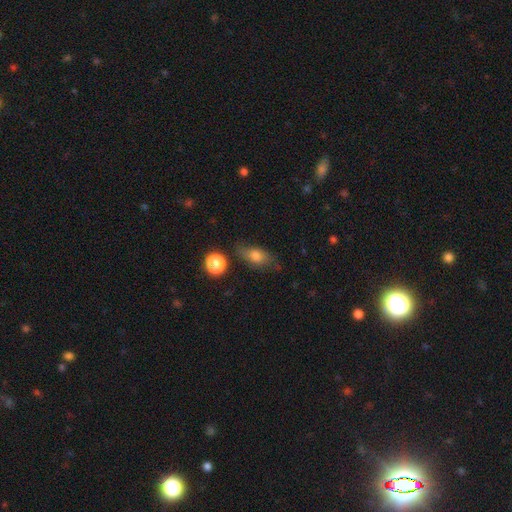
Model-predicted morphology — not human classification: Overall: smooth (71%). How rounded: in between (77%). Merging: none (61%; minor disturbance 25%).